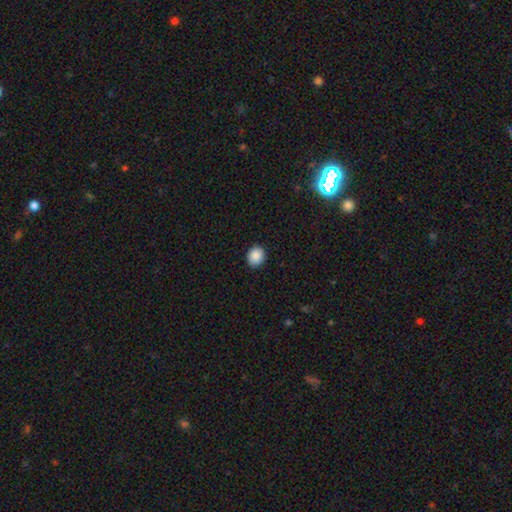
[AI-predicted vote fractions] A smooth galaxy with no disk features (88%) that is round (73%).

Vote fractions:
- Smooth or featured? smooth: 88% / star or artifact: 9% / featured or disk: 3%
- How rounded? round: 73% / in between: 26% / cigar-shaped: 1%
- Merging? none: 90% / minor disturbance: 7% / major disturbance: 2% / merger: 1%